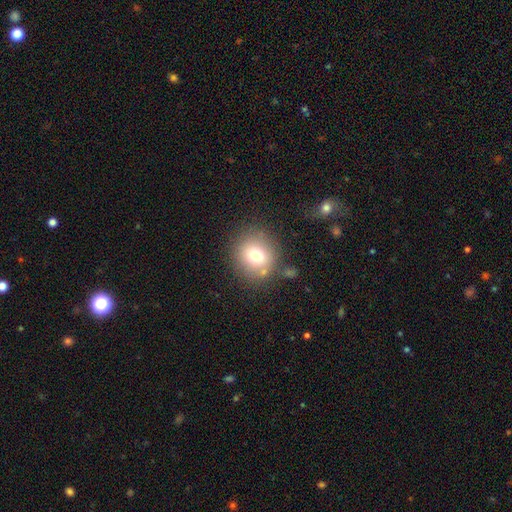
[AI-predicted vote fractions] Smooth or featured?
  - smooth: 72% *
  - featured or disk: 14%
  - star or artifact: 13%
How rounded?
  - round: 85% *
  - in between: 14%
  - cigar-shaped: 1%
Merging?
  - none: 78% *
  - minor disturbance: 11%
  - merger: 5%
  - major disturbance: 5%